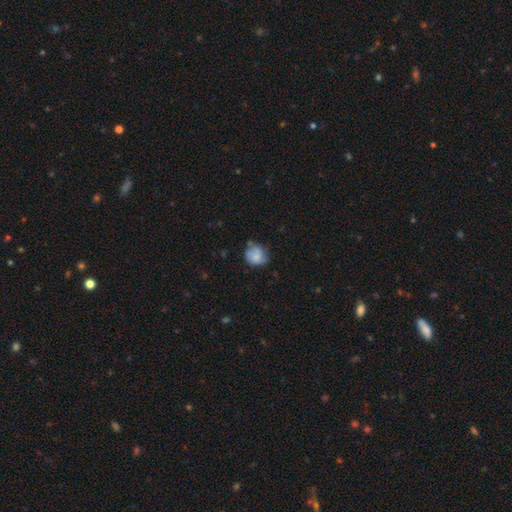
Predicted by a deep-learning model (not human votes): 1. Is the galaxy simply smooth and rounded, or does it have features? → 72% smooth, 19% featured or disk, 8% star or artifact.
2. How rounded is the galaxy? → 75% round, 24% in between, 1% cigar-shaped.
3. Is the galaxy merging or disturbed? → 56% none, 29% minor disturbance, 9% major disturbance, 5% merger.